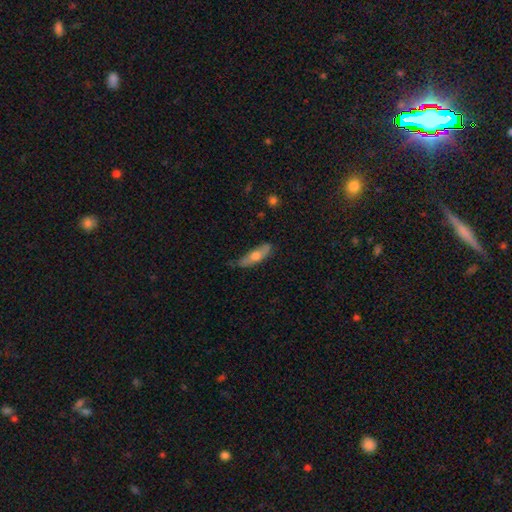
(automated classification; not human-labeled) This is possibly a smooth galaxy (57%). How rounded: possibly cigar-shaped (57%). Merging: likely none (64%).